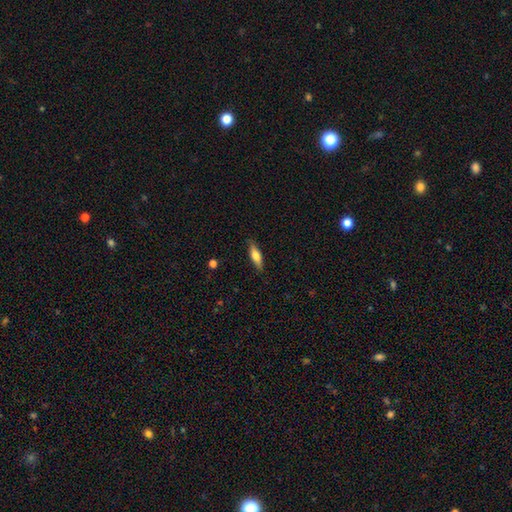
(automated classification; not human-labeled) A smooth galaxy with no disk features (67%) that is cigar-shaped (54%).

Vote fractions:
- Smooth or featured? smooth: 67% / featured or disk: 27% / star or artifact: 6%
- How rounded? cigar-shaped: 54% / in between: 44% / round: 2%
- Merging? none: 85% / minor disturbance: 11% / major disturbance: 2% / merger: 1%